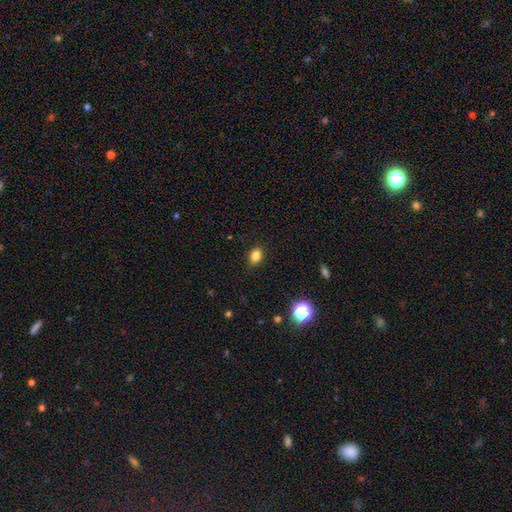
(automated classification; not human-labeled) Smooth or featured: smooth — 83% (star or artifact — 12%)
How rounded: in between — 72% (round — 27%)
Merging: none — 88% (minor disturbance — 9%)